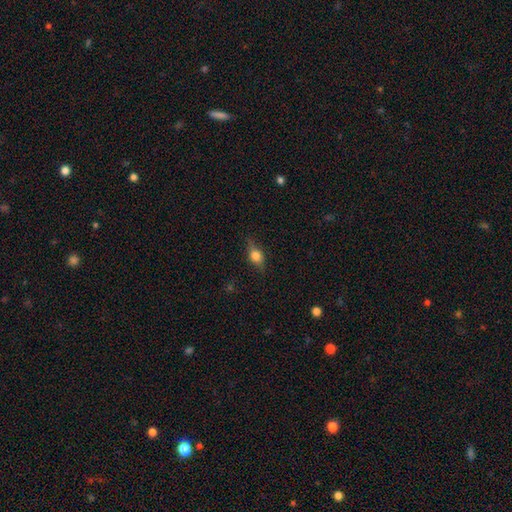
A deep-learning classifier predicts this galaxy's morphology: smooth_or_featured: smooth (p=0.65) [alt: featured or disk p=0.26]
how_rounded: in between (p=0.62) [alt: round p=0.28]
merging: none (p=0.73) [alt: minor disturbance p=0.20]